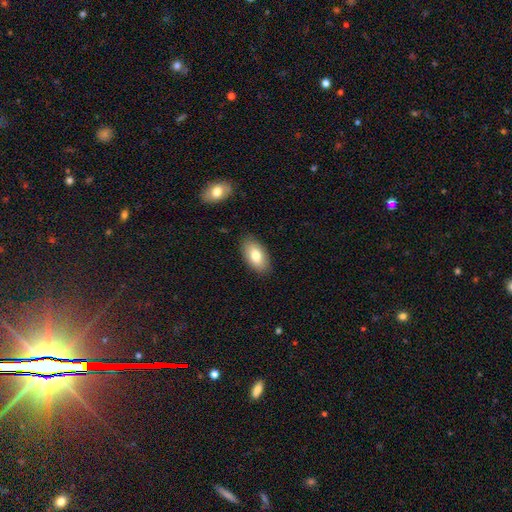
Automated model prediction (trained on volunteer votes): smooth-or-featured: smooth: 79% | featured or disk: 15% | star or artifact: 7%
  how-rounded: in between: 94% | round: 3% | cigar-shaped: 3%
  merging: none: 87% | minor disturbance: 10% | major disturbance: 2% | merger: 1%